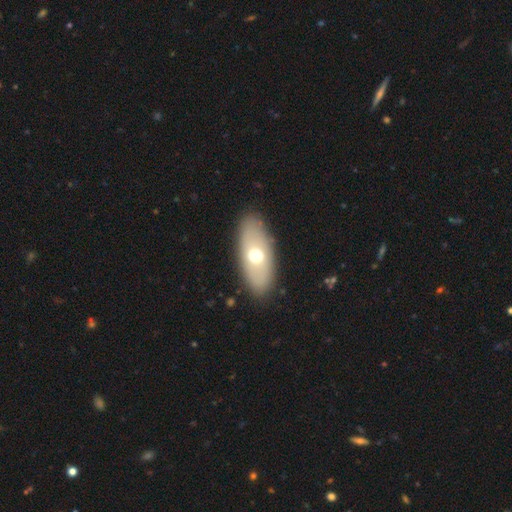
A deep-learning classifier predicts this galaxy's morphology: A smooth galaxy with no disk features (60%) that is in between round and cigar-shaped (87%). Merging: none (86%).